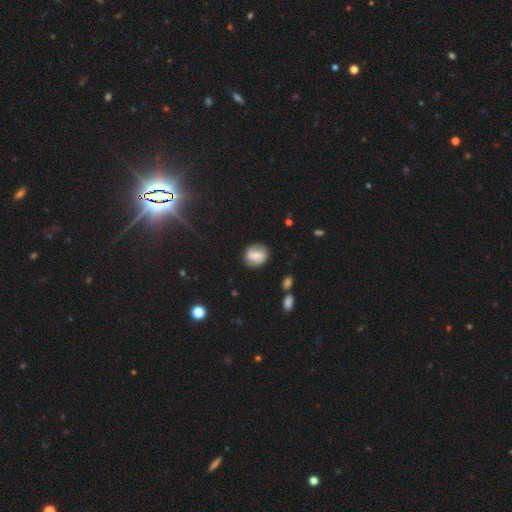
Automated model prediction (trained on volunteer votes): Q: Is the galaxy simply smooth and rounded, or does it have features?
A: featured or disk — 59%.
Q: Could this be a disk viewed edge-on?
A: no — 97%.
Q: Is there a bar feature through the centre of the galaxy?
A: weak — 47%.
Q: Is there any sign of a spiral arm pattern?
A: yes — 89%.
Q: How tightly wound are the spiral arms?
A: medium — 43%.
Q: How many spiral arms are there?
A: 2 — 87%.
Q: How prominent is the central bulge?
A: small — 43%.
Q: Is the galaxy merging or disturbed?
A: none — 82%.